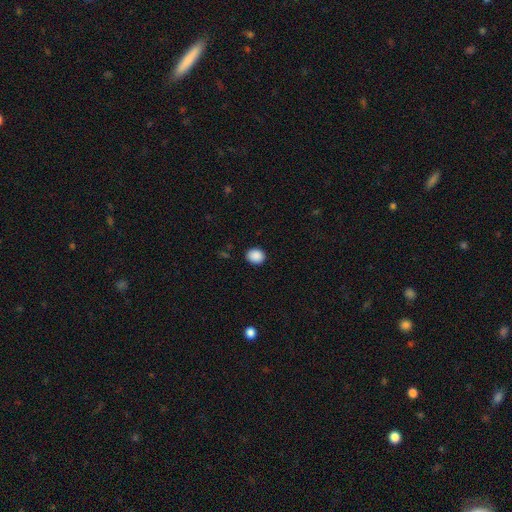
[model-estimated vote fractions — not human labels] A smooth galaxy with no disk features (89%) that is round (68%). Merging: none (90%).